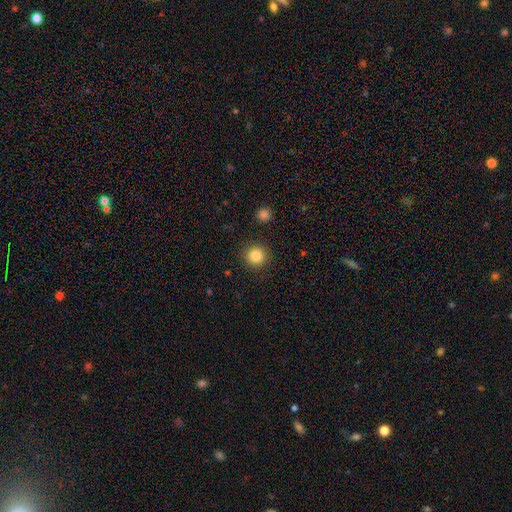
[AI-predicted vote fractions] smooth_or_featured: smooth (p=0.84) [alt: star or artifact p=0.11]
how_rounded: round (p=0.94) [alt: in between p=0.05]
merging: none (p=0.91) [alt: minor disturbance p=0.06]